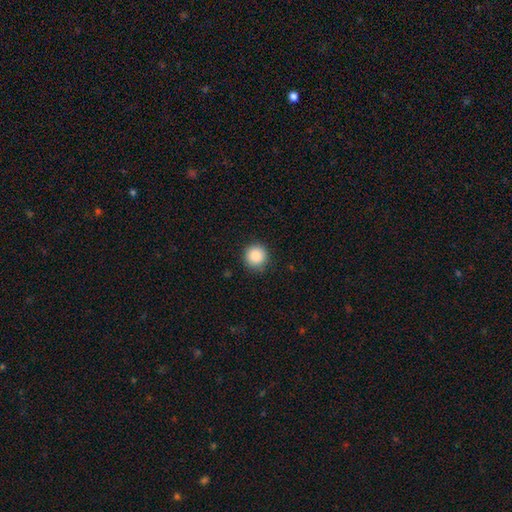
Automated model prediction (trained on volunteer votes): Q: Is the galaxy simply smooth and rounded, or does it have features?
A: smooth — 88%.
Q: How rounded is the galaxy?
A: round — 95%.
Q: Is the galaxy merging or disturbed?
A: none — 90%.